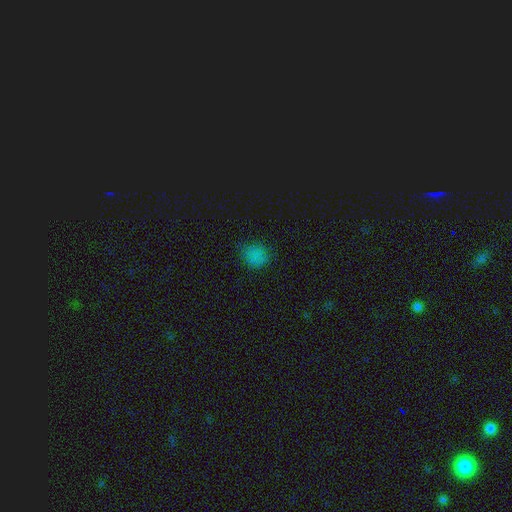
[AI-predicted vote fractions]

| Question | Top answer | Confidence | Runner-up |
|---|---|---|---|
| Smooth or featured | smooth | 76% | star or artifact (19%) |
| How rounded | round | 73% | in between (25%) |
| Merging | none | 74% | minor disturbance (20%) |